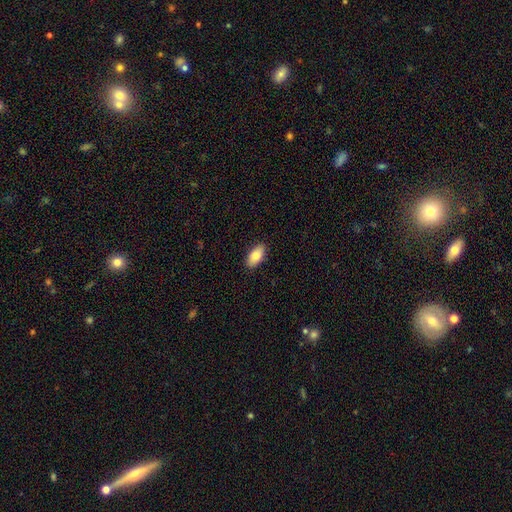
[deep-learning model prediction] smooth 83%, featured or disk 10%, star or artifact 6%. Down the decision tree: how rounded — in between (92%); merging — none (90%).